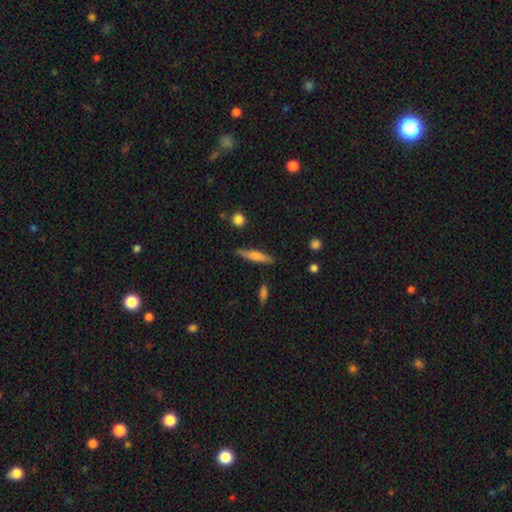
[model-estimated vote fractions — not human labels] A smooth galaxy with no disk features (60%) that is cigar-shaped (81%). Merging: none (79%).